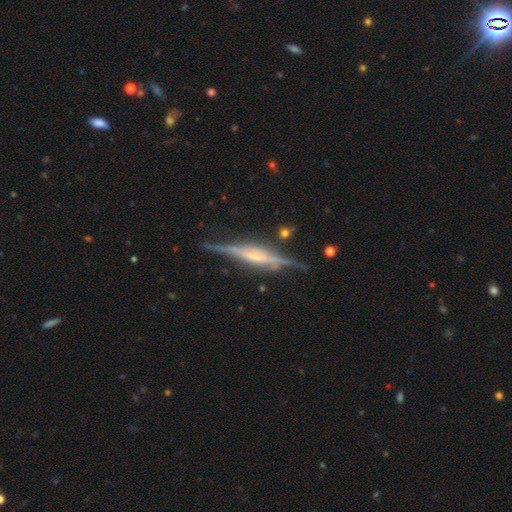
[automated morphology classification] The model was most divided on "edge-on bulge": rounded: 43%, boxy: 40%, none: 18%. More confident: edge-on disk — yes (96%); smooth or featured — featured or disk (83%); merging — none (76%).